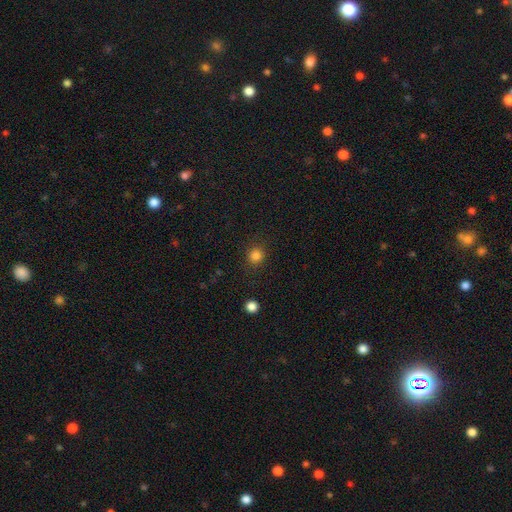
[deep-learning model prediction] The model was most divided on "smooth or featured": smooth: 83%, star or artifact: 13%, featured or disk: 4%. More confident: how rounded — round (88%); merging — none (88%).